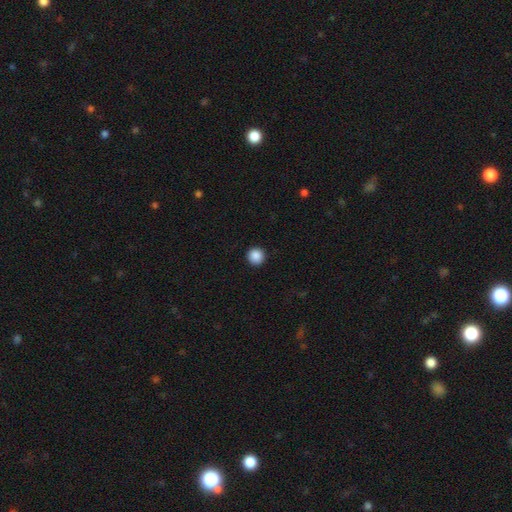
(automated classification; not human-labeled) Smooth or featured: smooth — 89% (star or artifact — 9%)
How rounded: round — 95% (in between — 4%)
Merging: none — 93% (minor disturbance — 4%)